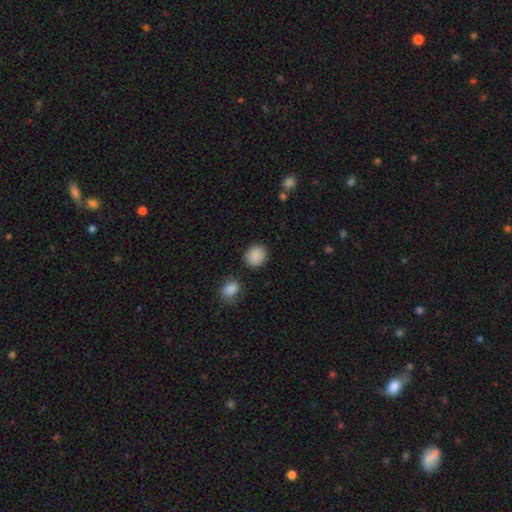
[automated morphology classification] smooth-or-featured: smooth: 89% | star or artifact: 8% | featured or disk: 3%
  how-rounded: round: 80% | in between: 19% | cigar-shaped: 1%
  merging: none: 86% | minor disturbance: 8% | merger: 3% | major disturbance: 3%